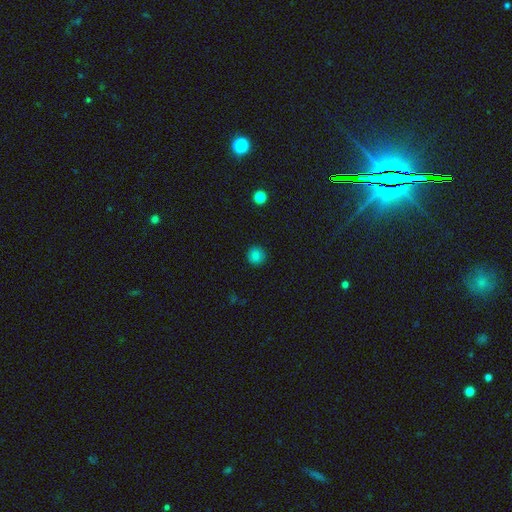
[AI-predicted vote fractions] This is clearly a smooth galaxy (83%). How rounded: clearly round (95%). Merging: clearly none (92%).